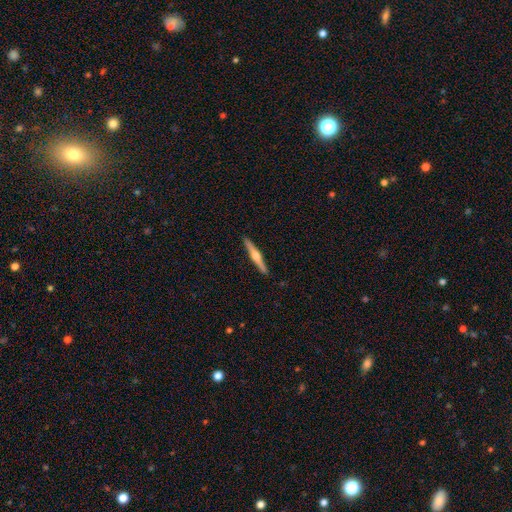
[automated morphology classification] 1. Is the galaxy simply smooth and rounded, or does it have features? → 70% featured or disk, 26% smooth, 5% star or artifact.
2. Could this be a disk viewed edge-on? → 98% yes, 2% no.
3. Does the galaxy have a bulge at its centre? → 92% rounded, 4% none, 4% boxy.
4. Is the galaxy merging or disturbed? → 92% none, 6% minor disturbance, 1% major disturbance, 1% merger.